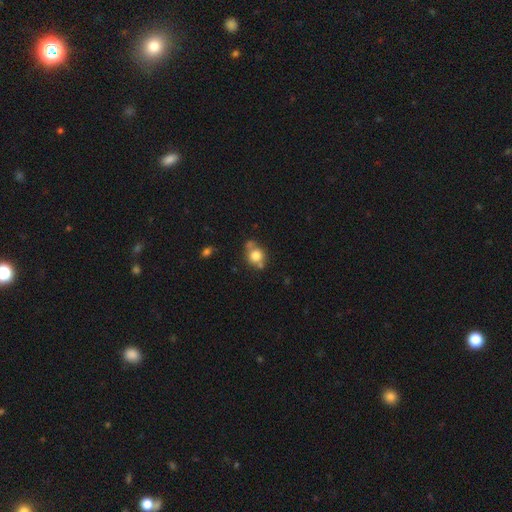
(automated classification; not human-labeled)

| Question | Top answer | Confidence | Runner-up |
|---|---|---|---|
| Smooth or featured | smooth | 75% | featured or disk (14%) |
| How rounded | round | 77% | in between (21%) |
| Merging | none | 58% | merger (21%) |